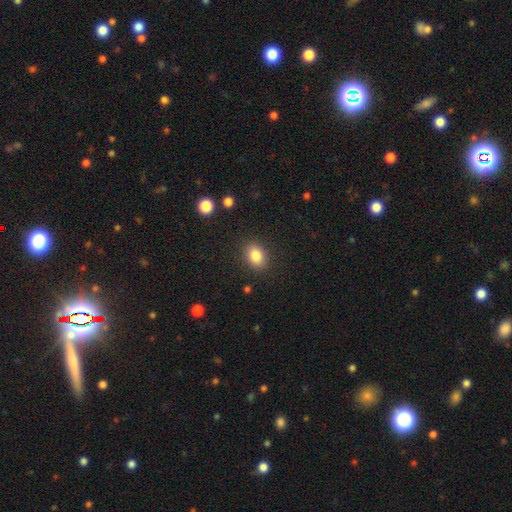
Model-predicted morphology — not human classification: Overall: smooth (84%). How rounded: in between (66%; round 33%). Merging: none (87%).